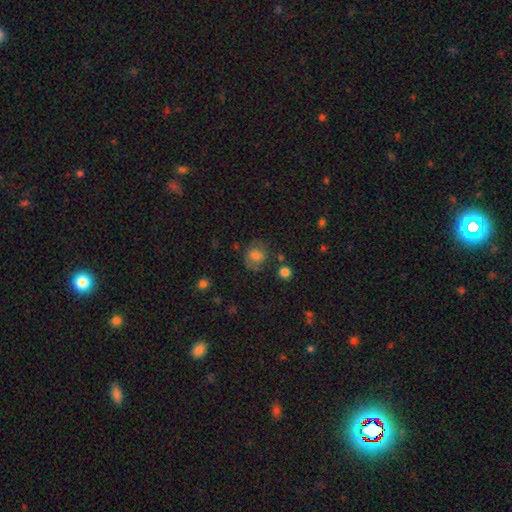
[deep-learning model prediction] The model was most divided on "how rounded": round: 67%, in between: 32%, cigar-shaped: 1%. More confident: smooth or featured — smooth (71%); merging — none (64%).